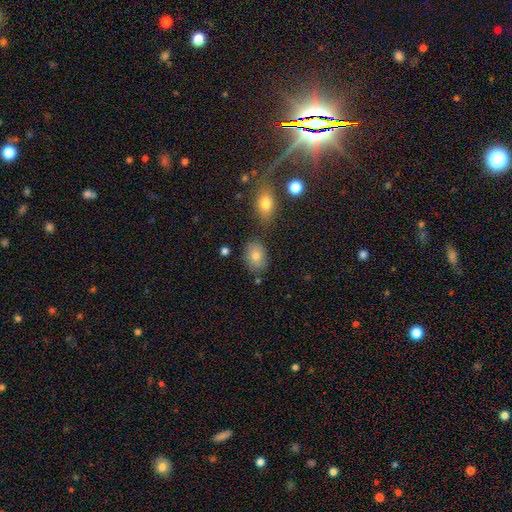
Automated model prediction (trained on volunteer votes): Q: Smooth or featured?
A: smooth (77%); runner-up: featured or disk (12%)
Q: How rounded?
A: in between (74%); runner-up: round (25%)
Q: Merging?
A: none (76%); runner-up: minor disturbance (14%)